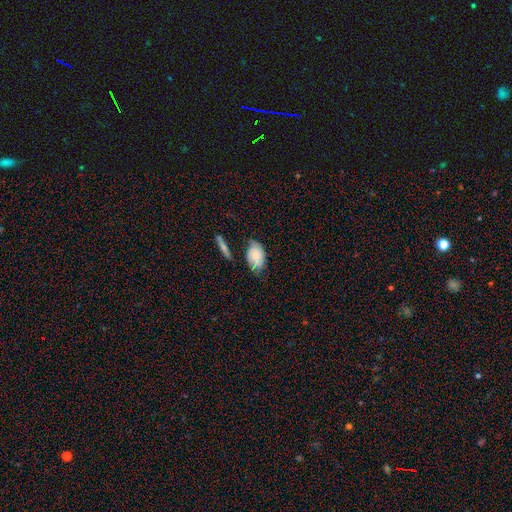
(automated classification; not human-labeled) A smooth galaxy with no disk features (68%) that is in between round and cigar-shaped (89%). Merging: none (53%).